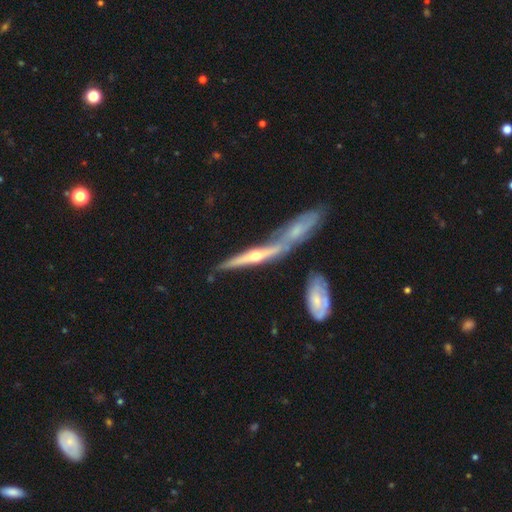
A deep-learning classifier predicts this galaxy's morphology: Smooth or featured? Predicted: featured or disk (p=0.76). Edge-on disk? Predicted: yes (p=0.92). Edge-on bulge? Predicted: rounded (p=0.87). Merging? Predicted: none (p=0.54).